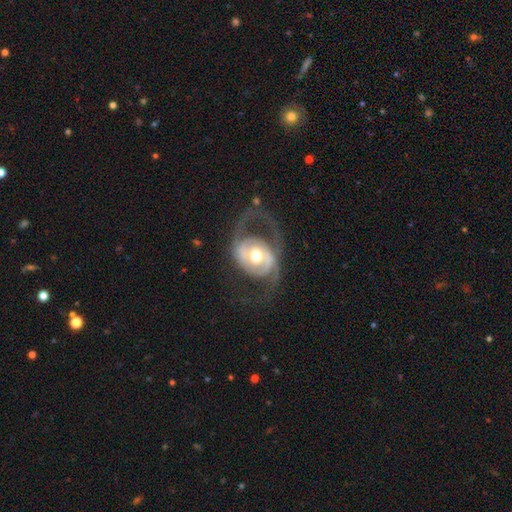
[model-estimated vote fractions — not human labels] This is clearly a featured or disk galaxy (82%). It is clearly not viewed edge-on (97%). Bar: possibly no (52%). Spiral arm pattern: clearly yes (82%). Spiral arm count: likely 2 (78%). Spiral winding: marginally medium (43%). Central bulge: likely moderate (70%). Merging: possibly none (49%).